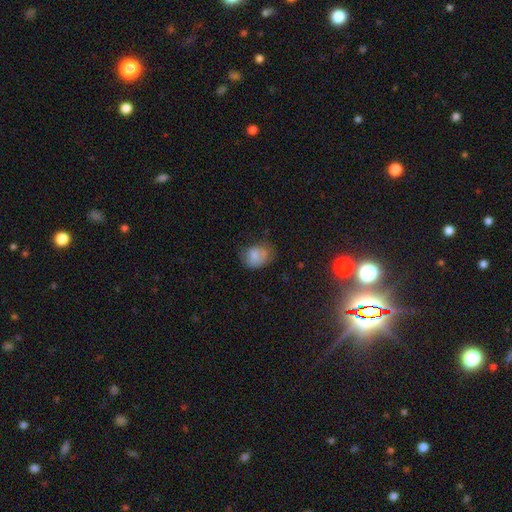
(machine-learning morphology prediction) smooth 79%, featured or disk 11%, star or artifact 10%. Down the decision tree: how rounded — in between (60%); merging — none (51%).